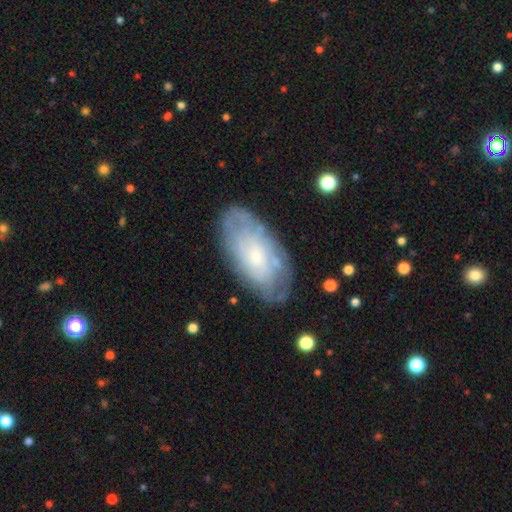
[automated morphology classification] Smooth or featured: featured or disk — 60% (smooth — 33%)
Edge-on disk: no — 92% (yes — 8%)
Bar: no — 80% (weak — 17%)
Spiral arms: yes — 74% (no — 26%)
Bulge size: small — 78% (moderate — 16%)
Merging: none — 75% (minor disturbance — 18%)